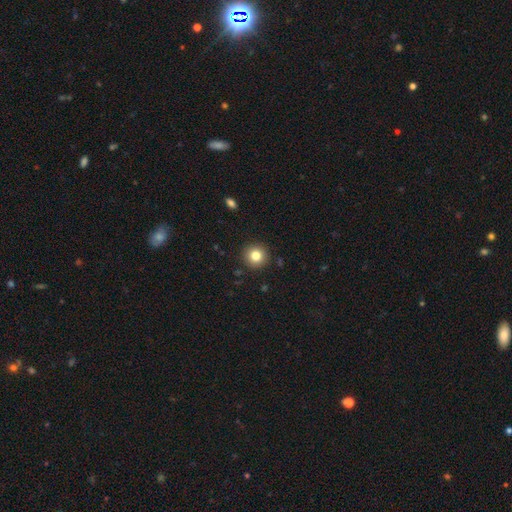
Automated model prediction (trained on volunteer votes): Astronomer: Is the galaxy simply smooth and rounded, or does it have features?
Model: smooth — 81%.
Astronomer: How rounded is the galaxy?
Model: round — 95%.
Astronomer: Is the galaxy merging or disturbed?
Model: none — 91%.